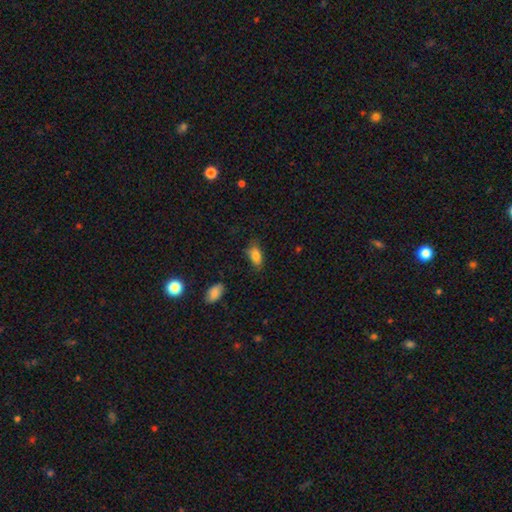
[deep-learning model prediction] smooth_or_featured: smooth (p=0.84) [alt: star or artifact p=0.08]
how_rounded: in between (p=0.90) [alt: cigar-shaped p=0.06]
merging: none (p=0.74) [alt: minor disturbance p=0.20]